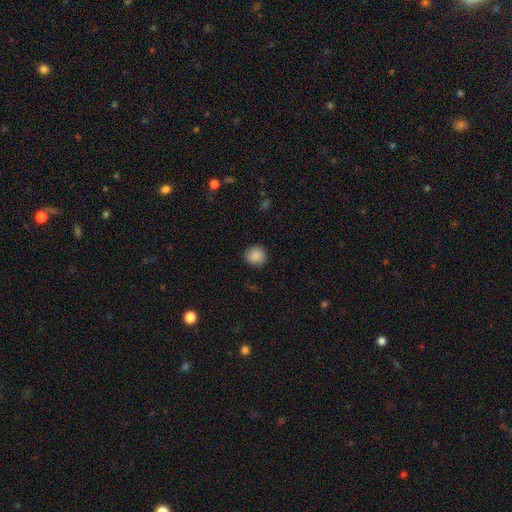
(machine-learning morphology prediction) Smooth or featured? Predicted: smooth (p=0.88). How rounded? Predicted: round (p=0.89). Merging? Predicted: none (p=0.89).